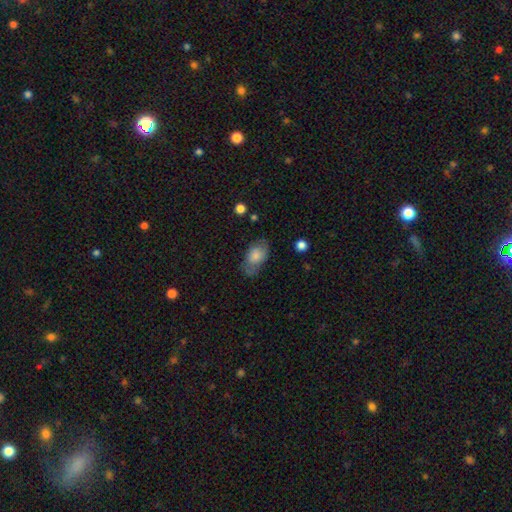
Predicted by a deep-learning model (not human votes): A smooth galaxy with no disk features (73%) that is in between round and cigar-shaped (90%).

Vote fractions:
- Smooth or featured? smooth: 73% / featured or disk: 20% / star or artifact: 7%
- How rounded? in between: 90% / round: 8% / cigar-shaped: 2%
- Merging? none: 61% / minor disturbance: 25% / major disturbance: 12% / merger: 2%